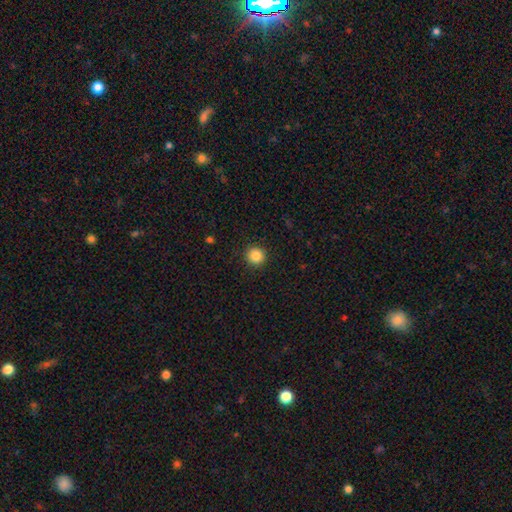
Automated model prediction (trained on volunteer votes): smooth 86%, star or artifact 10%, featured or disk 4%. Down the decision tree: how rounded — round (93%); merging — none (92%).